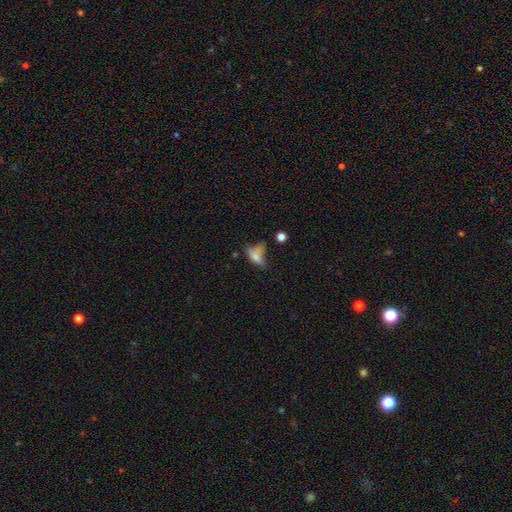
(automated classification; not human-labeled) smooth-or-featured: smooth: 63% | featured or disk: 23% | star or artifact: 14%
  how-rounded: in between: 74% | cigar-shaped: 18% | round: 9%
  merging: major disturbance: 31% (tied) | none: 31% (tied) | minor disturbance: 24% | merger: 15%